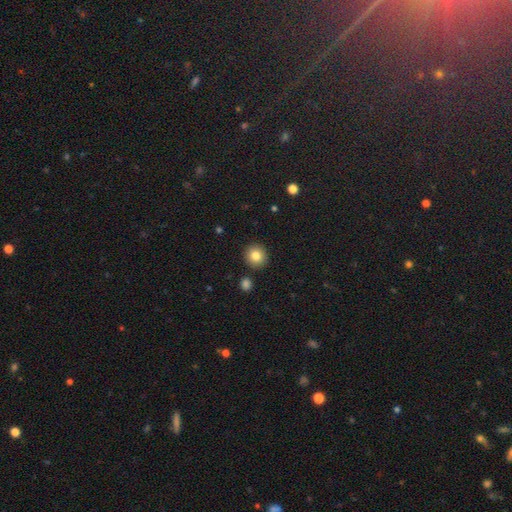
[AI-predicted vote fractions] Smooth or featured: smooth — 83% (star or artifact — 10%)
How rounded: round — 91% (in between — 8%)
Merging: none — 89% (minor disturbance — 6%)